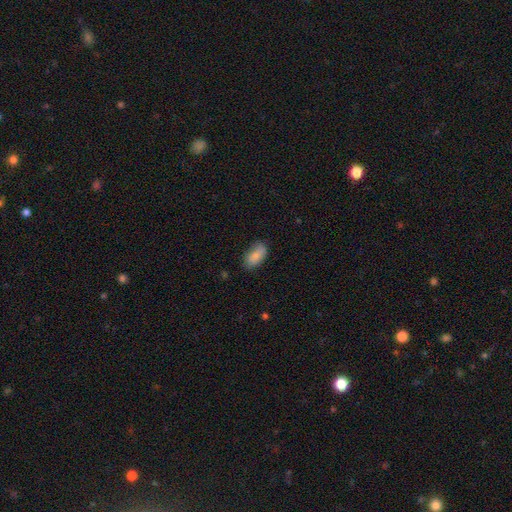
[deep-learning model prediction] smooth 84%, featured or disk 10%, star or artifact 7%. Down the decision tree: how rounded — in between (92%); merging — none (73%).